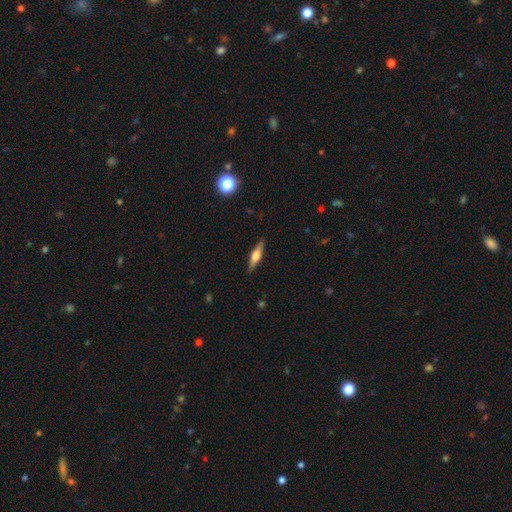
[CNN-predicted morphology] smooth-or-featured: featured or disk: 58% | smooth: 35% | star or artifact: 7%
  disk-edge-on: yes: 96% | no: 4%
    edge-on-bulge: rounded: 87% | boxy: 10% | none: 3%
  merging: none: 89% | minor disturbance: 8% | major disturbance: 2% | merger: 1%